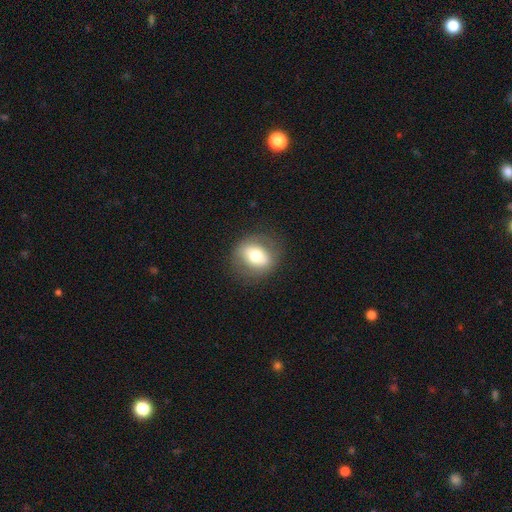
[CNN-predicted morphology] Smooth or featured? smooth (63%)
How rounded? round (59%)
Merging? none (82%)